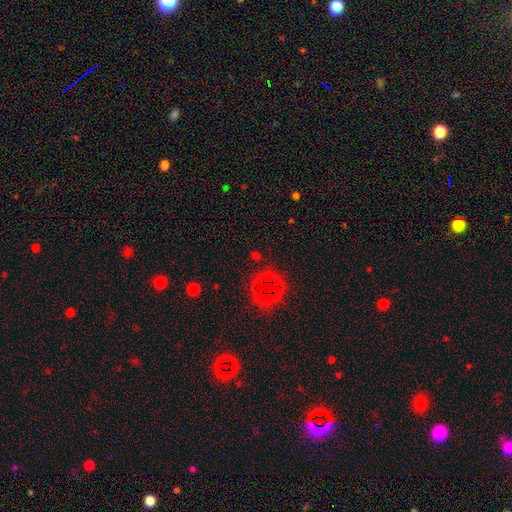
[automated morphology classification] This appears to be a star or artifact, not a galaxy (62%).